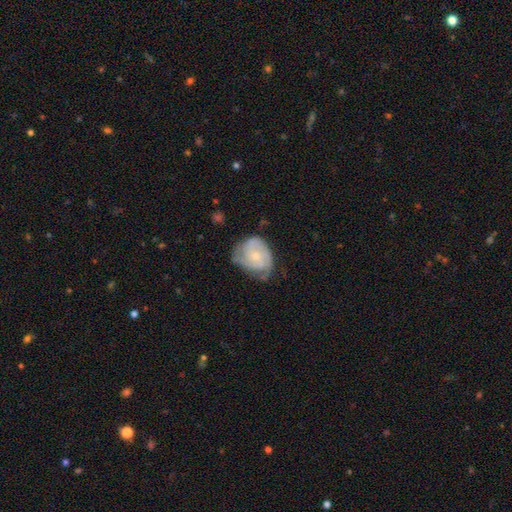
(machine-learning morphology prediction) The model was most divided on "spiral arm count" (2-way tie): can't tell: 30%, 3: 30%, 2: 25%, 4: 7%, 1: 5%, more than 4: 4%. Remaining: edge-on disk — no (98%); spiral arms — yes (87%); bar — no (76%); smooth or featured — featured or disk (68%); bulge size — small (67%); spiral winding — tight (51%); merging — none (49%).